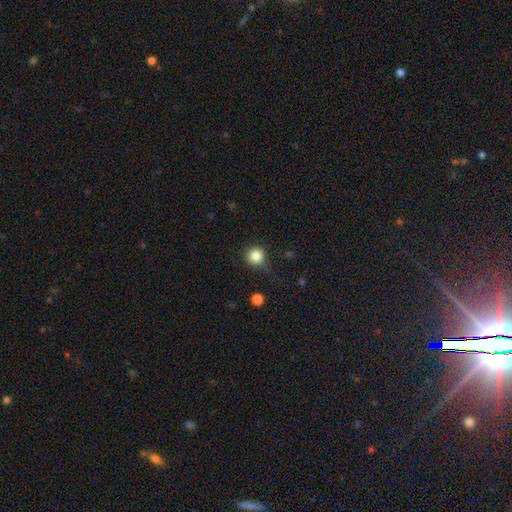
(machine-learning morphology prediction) This appears to be a smooth galaxy with no disk features (84%) that is round (93%). Merging: none (77%).